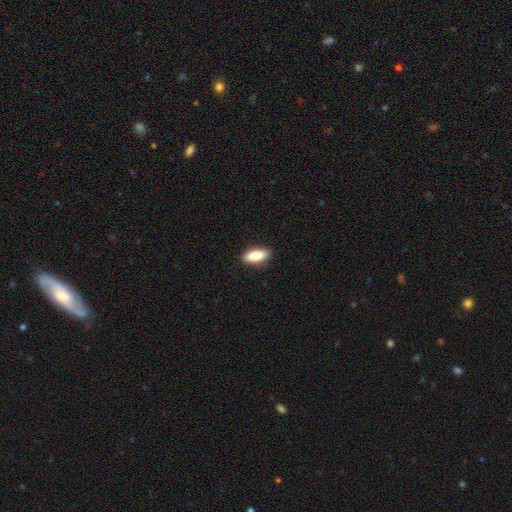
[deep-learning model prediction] Smooth or featured: smooth — 86% (featured or disk — 8%)
How rounded: in between — 82% (cigar-shaped — 16%)
Merging: none — 88% (minor disturbance — 9%)